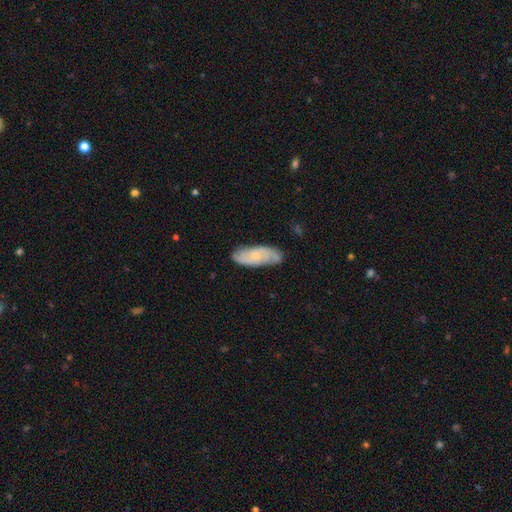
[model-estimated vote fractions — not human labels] Overall: featured or disk (52%; smooth 42%). Edge-on disk: no (88%). Merging: none (76%).